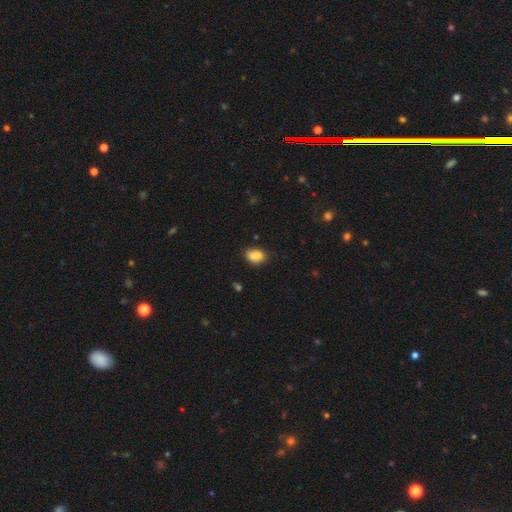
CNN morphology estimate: Q: Smooth or featured?
A: smooth (84%); runner-up: star or artifact (9%)
Q: How rounded?
A: in between (72%); runner-up: round (26%)
Q: Merging?
A: none (62%); runner-up: minor disturbance (26%)